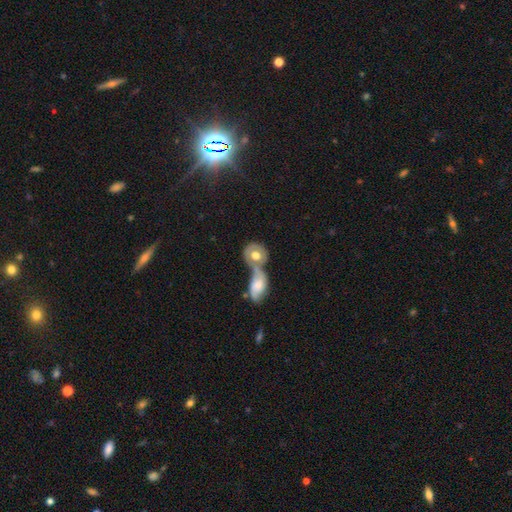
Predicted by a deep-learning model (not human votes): A smooth galaxy with no disk features (54%) that is round (55%).

Vote fractions:
- Smooth or featured? smooth: 54% / featured or disk: 40% / star or artifact: 6%
- How rounded? round: 55% / in between: 42% / cigar-shaped: 3%
- Merging? merger: 68% / none: 19% / minor disturbance: 8% / major disturbance: 6%